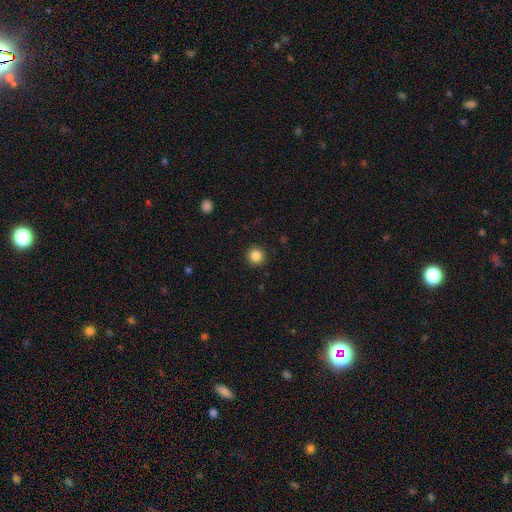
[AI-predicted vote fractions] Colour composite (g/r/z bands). It shows a smooth galaxy with no disk features (85%) that is round (95%). Merging: none (93%).